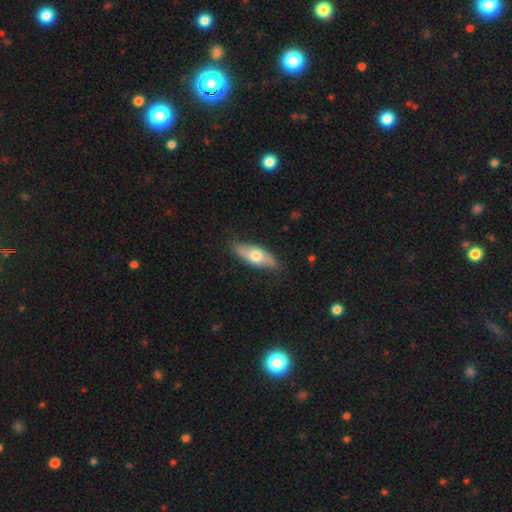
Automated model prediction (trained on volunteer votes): Morphology: type=smooth (56%); roundness=in between (70%); merging=none (81%).